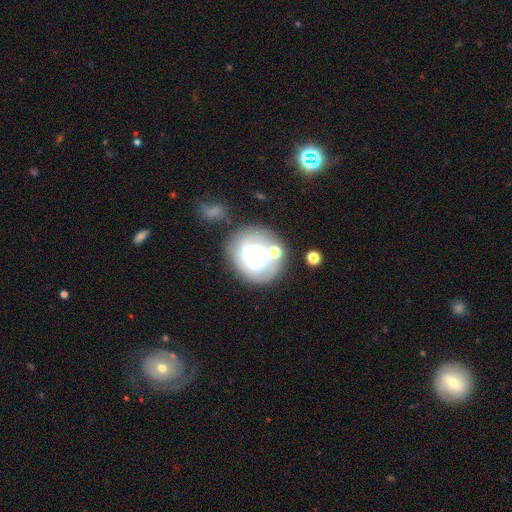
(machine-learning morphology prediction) Smooth or featured? Predicted: featured or disk (p=0.60). Edge-on disk? Predicted: no (p=0.97). Bar? Predicted: no (p=0.76). Spiral arms? Predicted: yes (p=0.74). Bulge size? Predicted: moderate (p=0.43). Merging? Predicted: none (p=0.59).